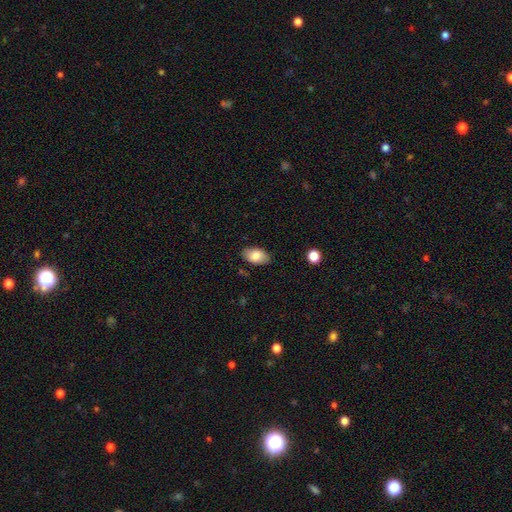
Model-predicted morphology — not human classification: This appears to be a smooth galaxy with no disk features (82%) that is in between round and cigar-shaped (93%). Merging: none (85%).